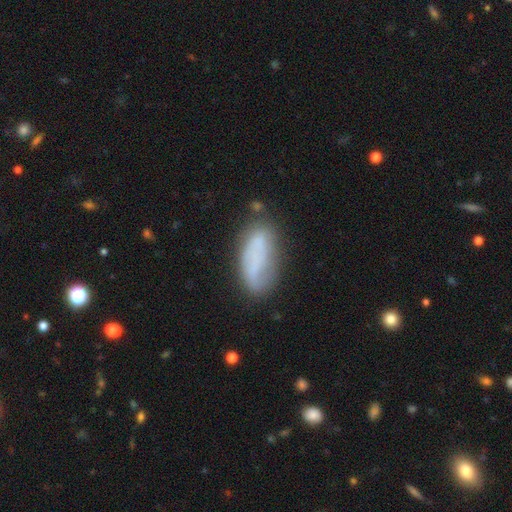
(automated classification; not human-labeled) A smooth galaxy with no disk features (61%) that is in between round and cigar-shaped (82%).

Vote fractions:
- Smooth or featured? smooth: 61% / featured or disk: 30% / star or artifact: 9%
- How rounded? in between: 82% / cigar-shaped: 16% / round: 3%
- Merging? none: 61% / minor disturbance: 24% / major disturbance: 10% / merger: 5%